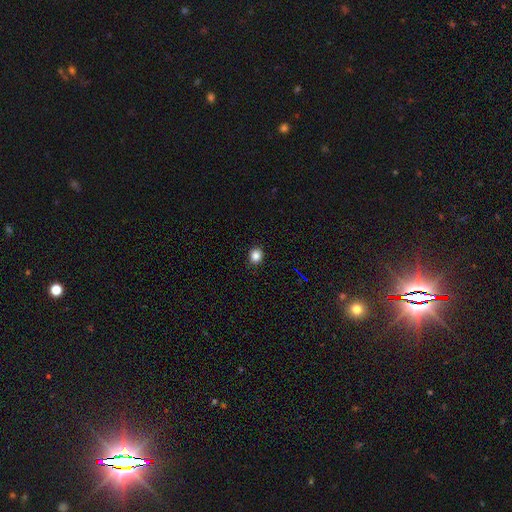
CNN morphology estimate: smooth-or-featured: smooth: 84% | star or artifact: 12% | featured or disk: 4%
  how-rounded: round: 78% | in between: 22% | cigar-shaped: 1%
  merging: none: 90% | minor disturbance: 7% | major disturbance: 2% | merger: 1%